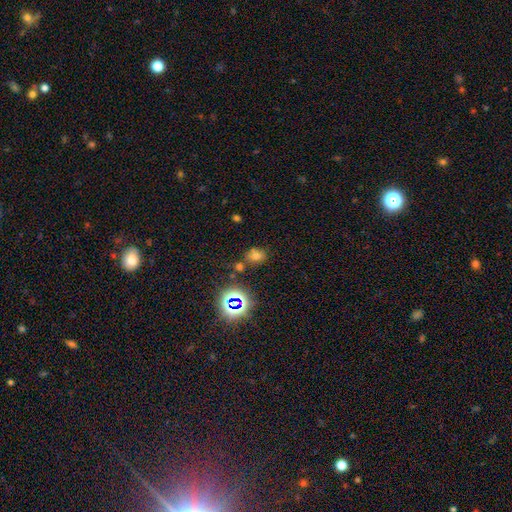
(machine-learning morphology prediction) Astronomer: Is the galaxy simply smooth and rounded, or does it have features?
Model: smooth — 55% (runner-up: star or artifact, 34%).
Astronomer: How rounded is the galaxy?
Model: in between — 55% (runner-up: round, 43%).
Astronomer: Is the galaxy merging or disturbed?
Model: none — 68%.